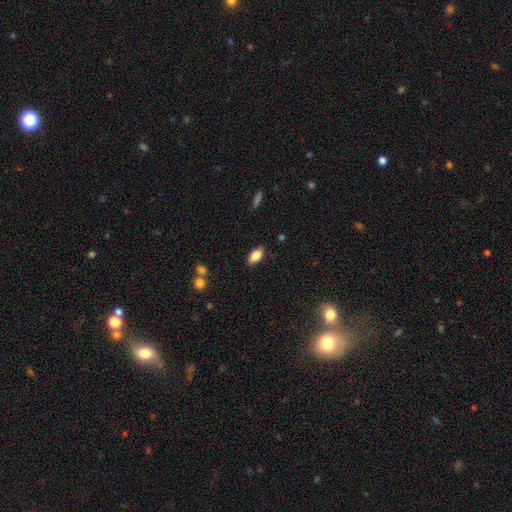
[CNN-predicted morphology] Overall: smooth (82%). How rounded: in between (90%). Merging: none (85%).